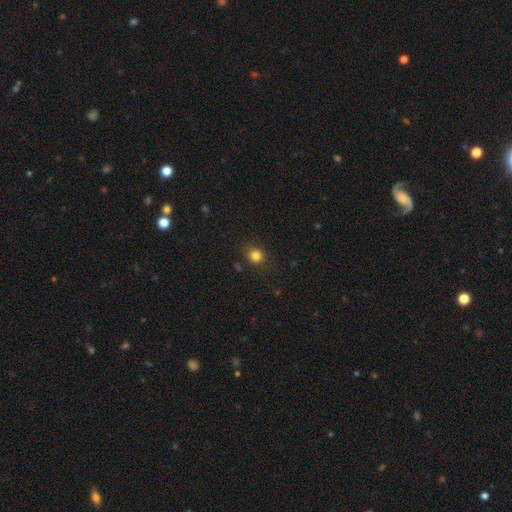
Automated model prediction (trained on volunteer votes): The model was most divided on "how rounded": round: 75%, in between: 24%, cigar-shaped: 1%. More confident: merging — none (85%); smooth or featured — smooth (82%).